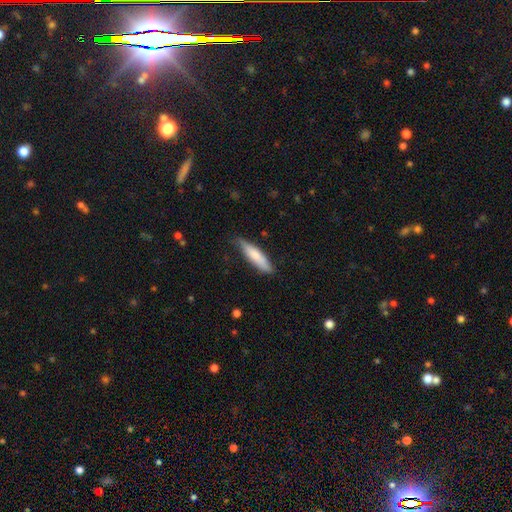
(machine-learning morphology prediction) Overall: smooth (75%). How rounded: cigar-shaped (72%). Merging: none (71%).